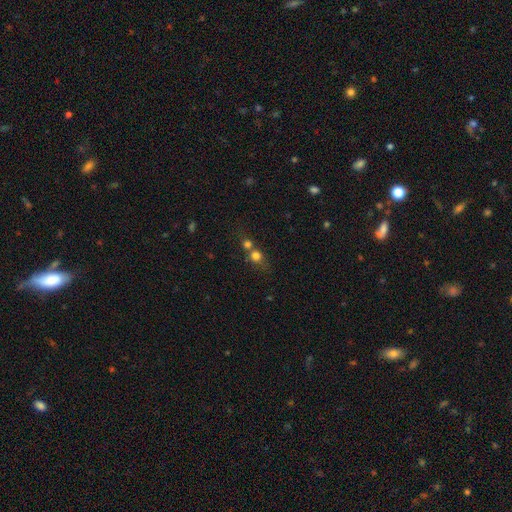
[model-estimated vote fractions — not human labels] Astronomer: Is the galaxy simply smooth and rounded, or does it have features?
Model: smooth — 74%.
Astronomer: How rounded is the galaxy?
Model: round — 79%.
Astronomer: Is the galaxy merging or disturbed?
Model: merger — 51% (runner-up: none, 37%).